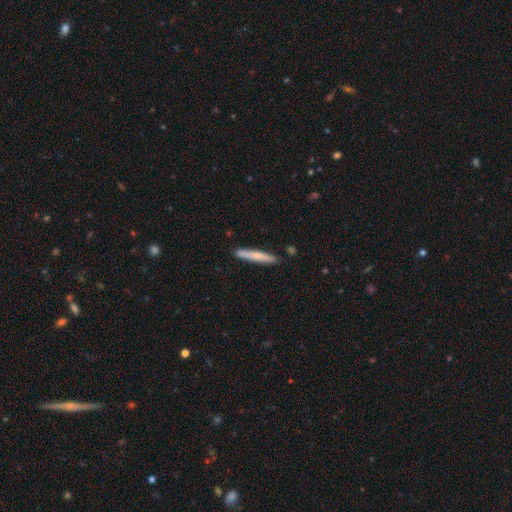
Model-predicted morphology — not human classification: Q: Smooth or featured?
A: smooth (65%); runner-up: featured or disk (29%)
Q: How rounded?
A: cigar-shaped (94%); runner-up: in between (4%)
Q: Merging?
A: none (88%); runner-up: minor disturbance (9%)